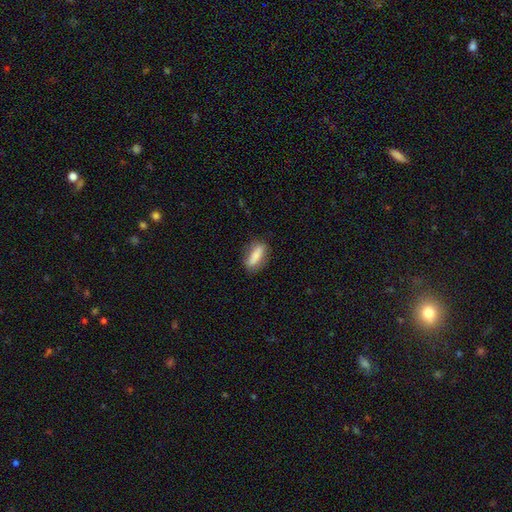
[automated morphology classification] This is clearly a smooth galaxy (80%). How rounded: possibly in between (54%). Merging: likely none (80%).